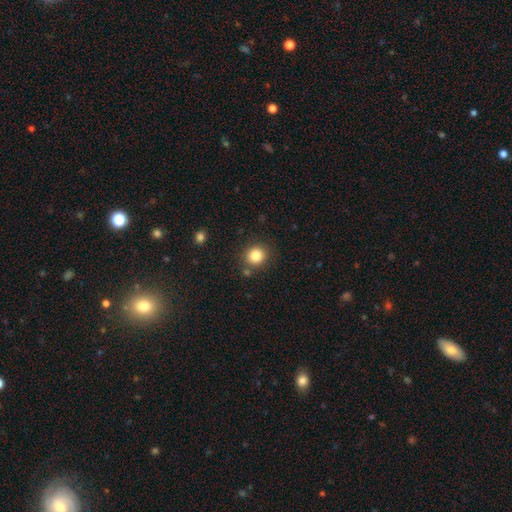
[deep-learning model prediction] This is clearly a smooth galaxy (83%). How rounded: clearly round (86%). Merging: clearly none (84%).